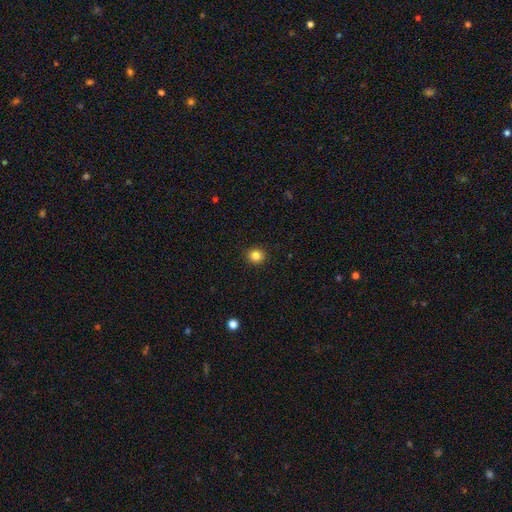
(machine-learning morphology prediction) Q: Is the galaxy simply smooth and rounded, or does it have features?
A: smooth — 85%.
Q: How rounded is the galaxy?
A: round — 86%.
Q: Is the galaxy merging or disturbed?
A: none — 92%.